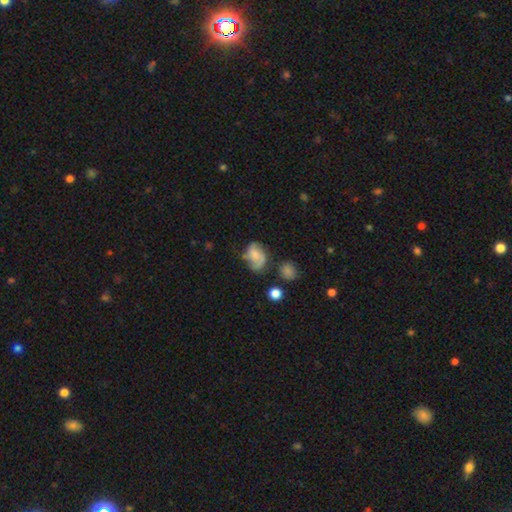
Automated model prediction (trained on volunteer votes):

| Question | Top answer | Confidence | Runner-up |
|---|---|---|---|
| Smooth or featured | smooth | 49% | featured or disk (42%) |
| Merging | none | 42% | minor disturbance (29%) |